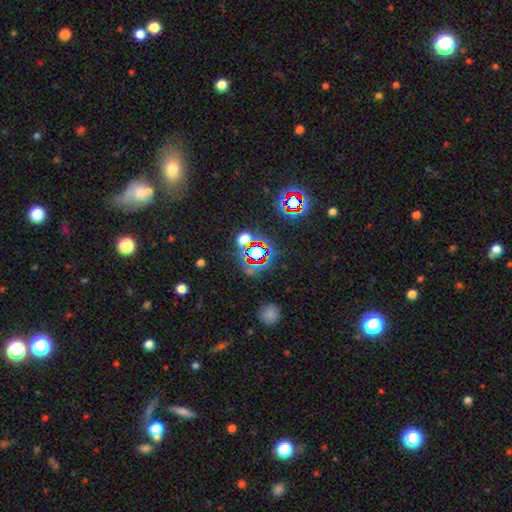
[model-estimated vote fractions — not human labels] Q: Smooth or featured?
A: star or artifact (74%); runner-up: smooth (15%)